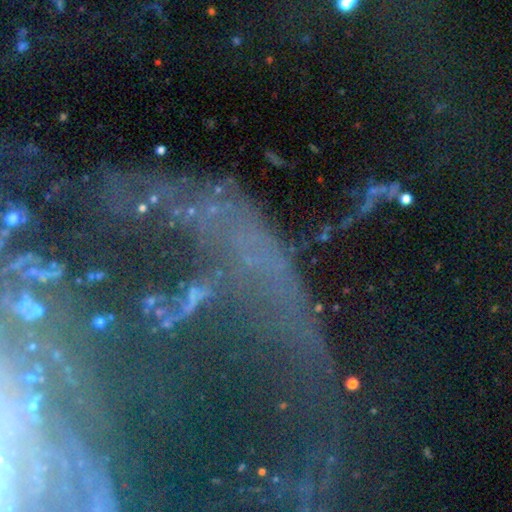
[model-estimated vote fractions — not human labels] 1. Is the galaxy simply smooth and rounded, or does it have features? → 65% star or artifact, 24% featured or disk, 12% smooth.